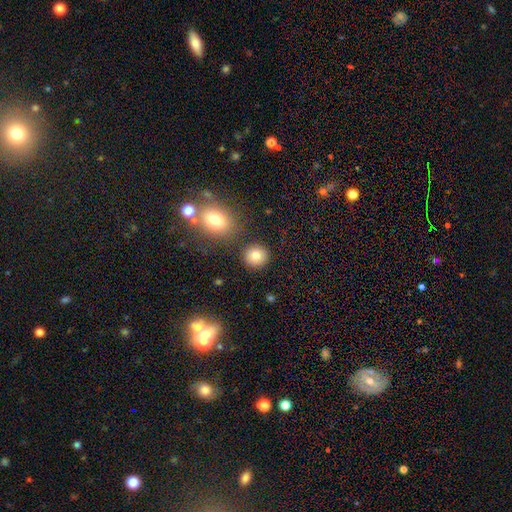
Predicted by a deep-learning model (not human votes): This appears to be a smooth galaxy with no disk features (83%) that is round (89%). Merging: none (85%).